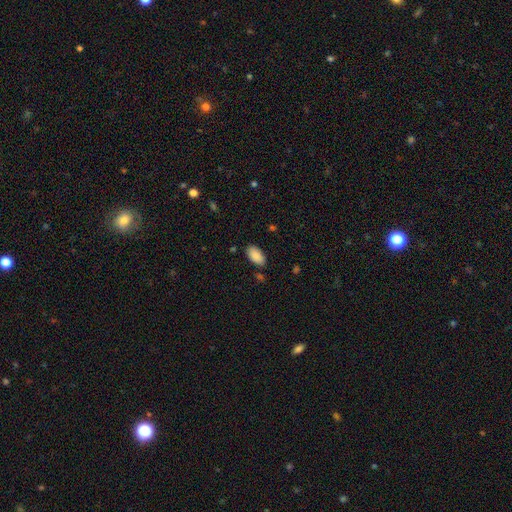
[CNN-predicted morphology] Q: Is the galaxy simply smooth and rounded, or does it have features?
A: smooth — 89%.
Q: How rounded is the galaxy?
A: in between — 96%.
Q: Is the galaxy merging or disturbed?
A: none — 84%.